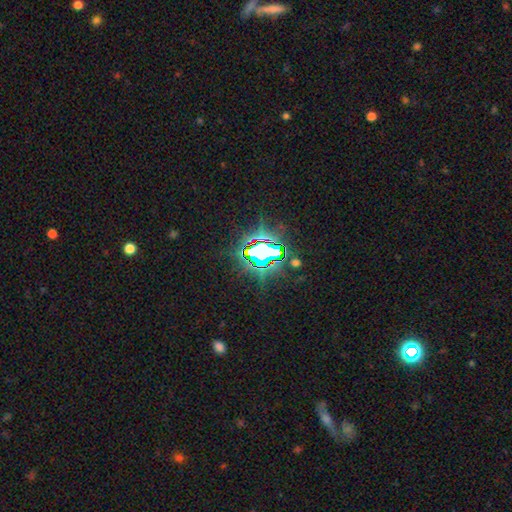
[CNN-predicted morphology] Smooth or featured? star or artifact (78%)